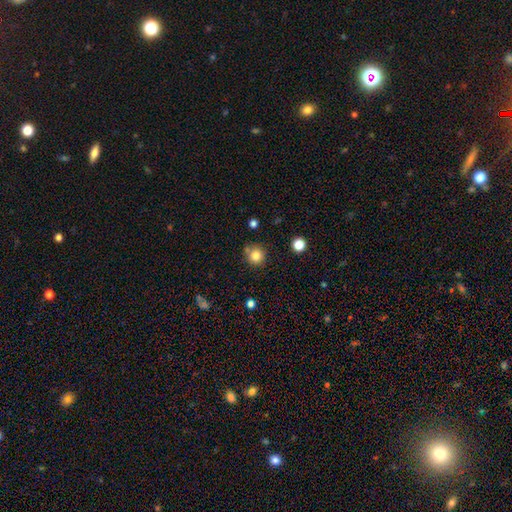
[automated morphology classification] A smooth galaxy with no disk features (83%) that is round (93%).

Vote fractions:
- Smooth or featured? smooth: 83% / star or artifact: 12% / featured or disk: 6%
- How rounded? round: 93% / in between: 6% / cigar-shaped: 1%
- Merging? none: 76% / minor disturbance: 11% / merger: 9% / major disturbance: 3%